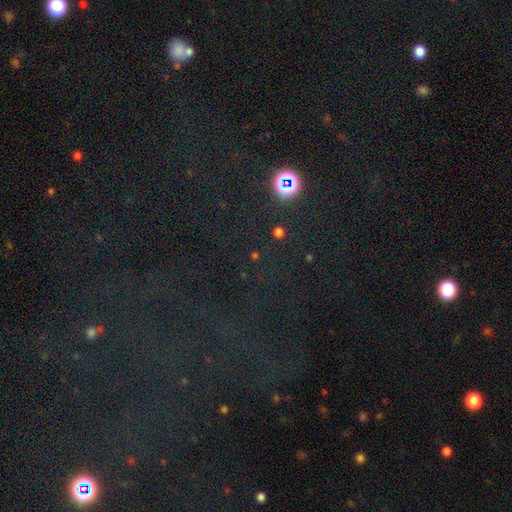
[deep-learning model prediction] Q: Smooth or featured?
A: star or artifact (75%); runner-up: smooth (18%)